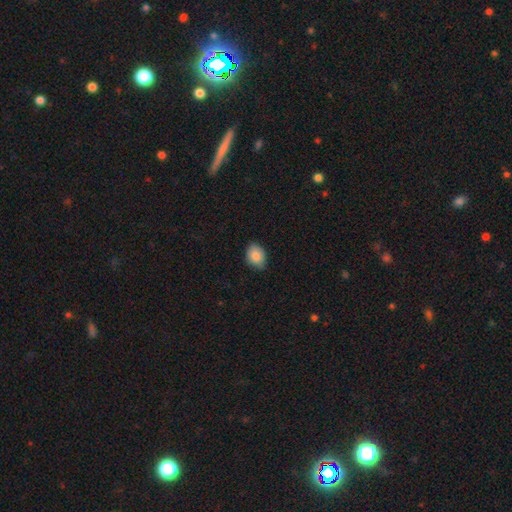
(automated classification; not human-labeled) Smooth or featured: smooth — 86% (star or artifact — 8%)
How rounded: in between — 69% (round — 30%)
Merging: none — 80% (minor disturbance — 17%)